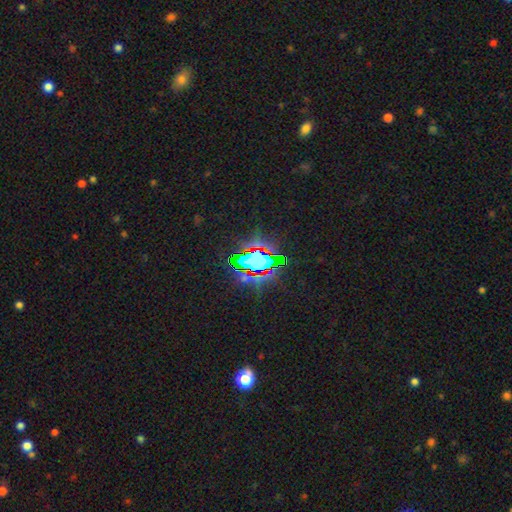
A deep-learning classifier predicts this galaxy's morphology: This is likely a star or artifact rather than a galaxy (68%).